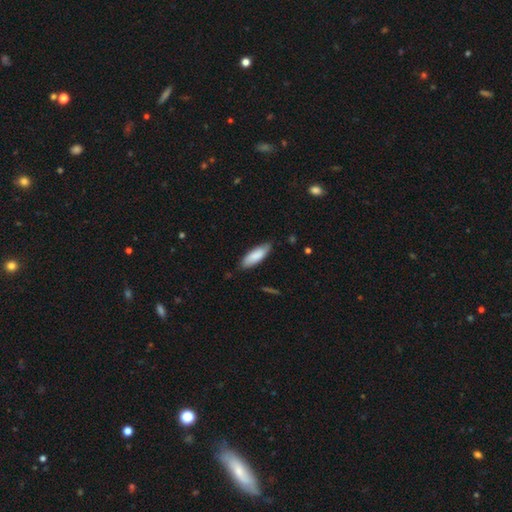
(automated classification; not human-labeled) Q: Smooth or featured?
A: smooth (85%); runner-up: featured or disk (10%)
Q: How rounded?
A: in between (65%); runner-up: cigar-shaped (34%)
Q: Merging?
A: none (79%); runner-up: minor disturbance (17%)